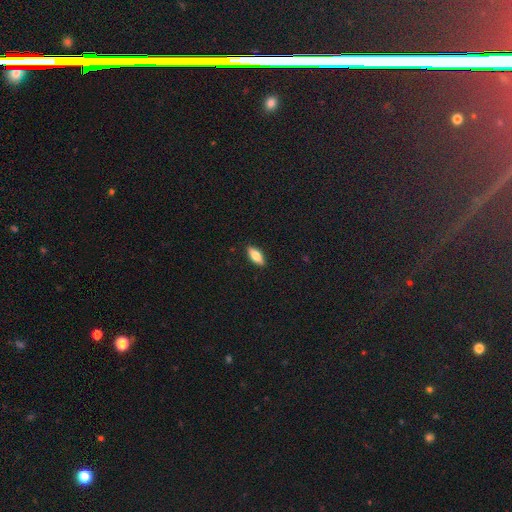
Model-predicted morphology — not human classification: smooth 72%, featured or disk 22%, star or artifact 6%. Down the decision tree: how rounded — in between (73%); merging — none (89%).